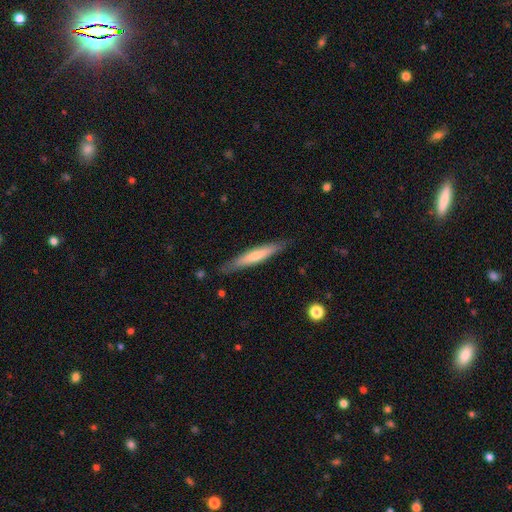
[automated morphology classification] Smooth or featured? Predicted: smooth (p=0.61). How rounded? Predicted: cigar-shaped (p=0.92). Merging? Predicted: none (p=0.86).